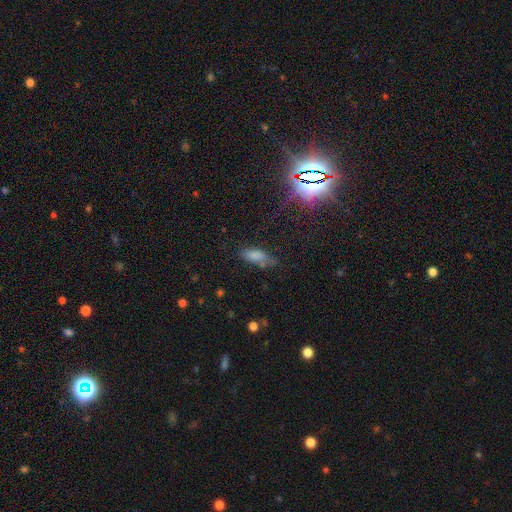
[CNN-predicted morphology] This appears to be a smooth galaxy with no disk features (75%) that is in between round and cigar-shaped (73%). Merging: none (58%).